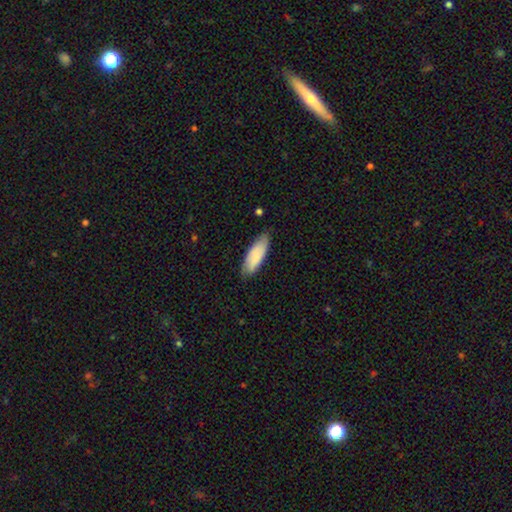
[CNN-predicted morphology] type=smooth (84%); roundness=in between (64%); merging=none (78%).